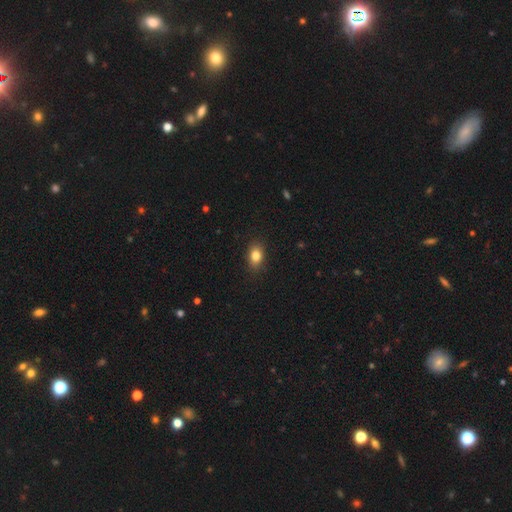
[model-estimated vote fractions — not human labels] This is clearly a smooth galaxy (83%). How rounded: likely in between (76%). Merging: clearly none (86%).